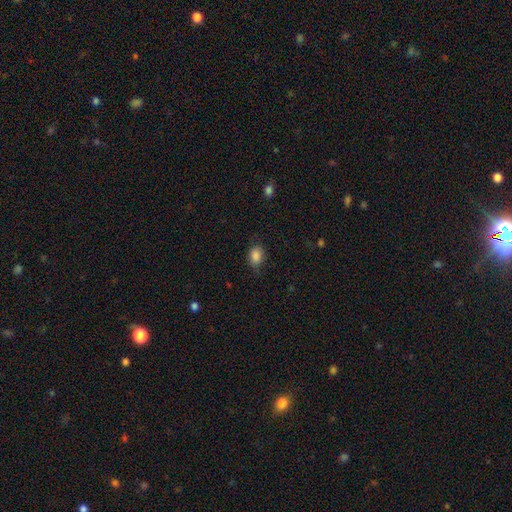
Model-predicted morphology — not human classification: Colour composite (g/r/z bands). It shows a smooth galaxy with no disk features (86%) that is in between round and cigar-shaped (76%). Merging: none (75%).